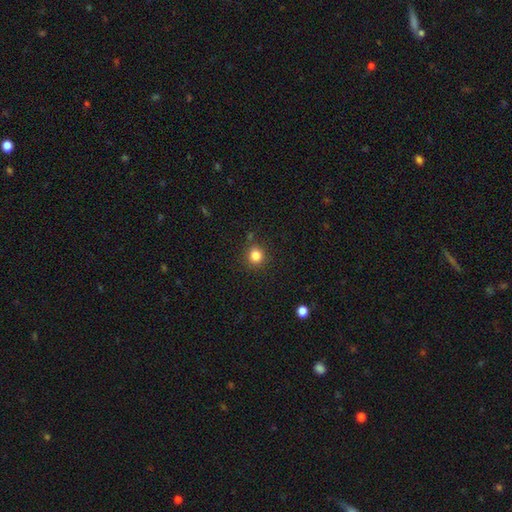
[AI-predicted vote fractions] smooth 83%, star or artifact 12%, featured or disk 4%. Down the decision tree: how rounded — round (91%); merging — none (87%).